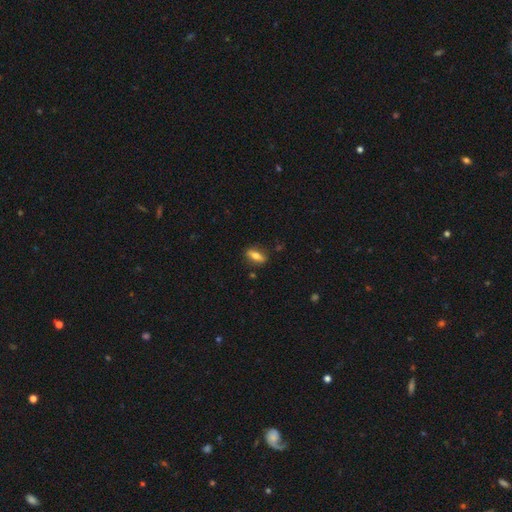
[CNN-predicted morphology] This appears to be a smooth galaxy with no disk features (64%) that is in between round and cigar-shaped (59%). Merging: none (84%).